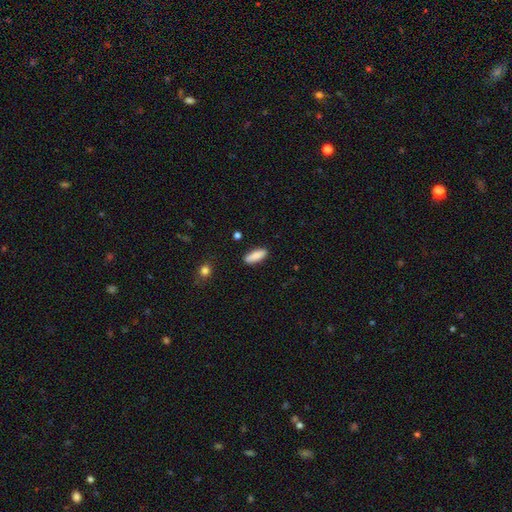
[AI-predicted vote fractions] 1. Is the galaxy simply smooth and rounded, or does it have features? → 86% smooth, 8% featured or disk, 6% star or artifact.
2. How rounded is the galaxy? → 62% in between, 36% cigar-shaped, 2% round.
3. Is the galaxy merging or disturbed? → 87% none, 9% minor disturbance, 2% major disturbance, 2% merger.